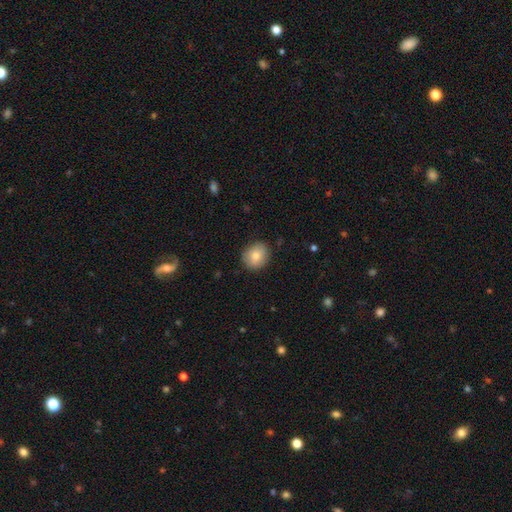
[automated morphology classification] The model was most divided on "how rounded": round: 76%, in between: 23%, cigar-shaped: 1%. More confident: merging — none (88%); smooth or featured — smooth (80%).